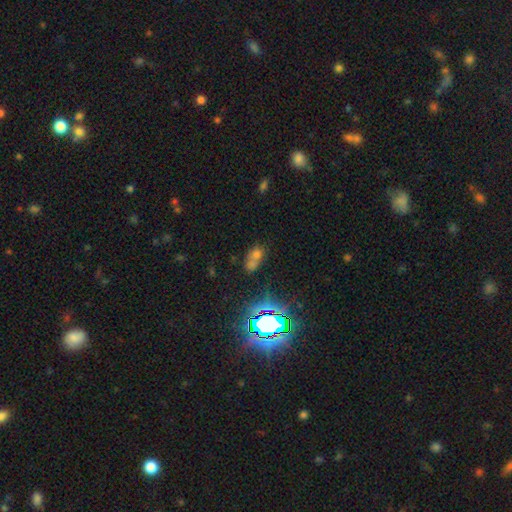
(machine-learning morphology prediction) This appears to be a star or artifact, not a galaxy (44%).